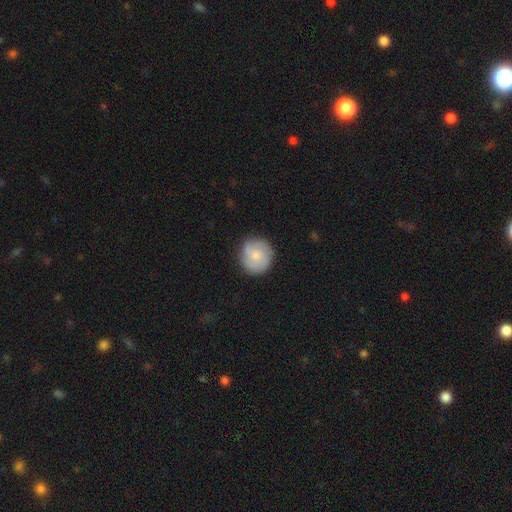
smooth 55%, featured or disk 42%, star or artifact 2%. Down the decision tree: how rounded — round (86%); merging — none (69%).